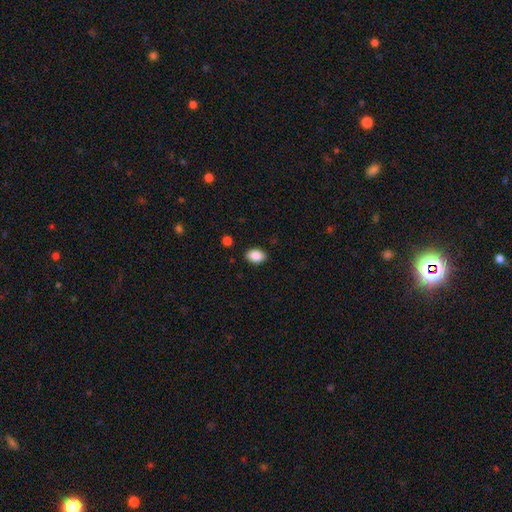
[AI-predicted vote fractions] smooth 88%, star or artifact 8%, featured or disk 4%. Down the decision tree: how rounded — in between (83%); merging — none (88%).